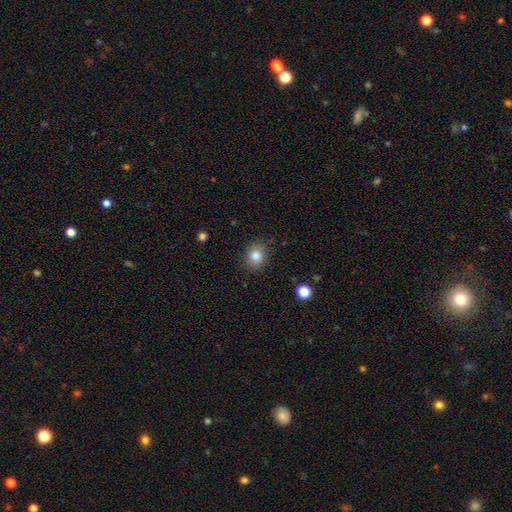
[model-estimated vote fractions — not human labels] Smooth or featured: smooth — 84% (star or artifact — 10%)
How rounded: round — 59% (in between — 40%)
Merging: none — 85% (minor disturbance — 11%)